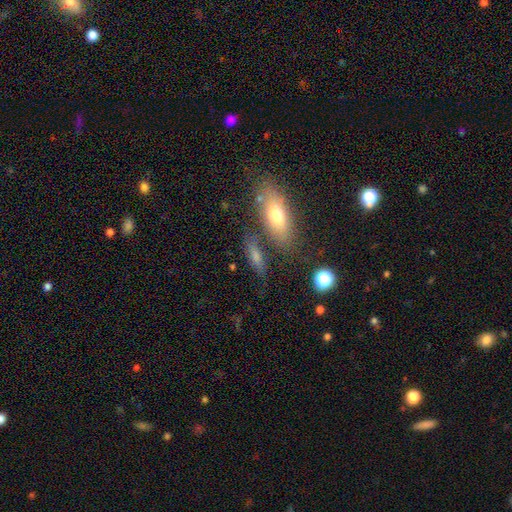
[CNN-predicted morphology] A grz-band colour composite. It shows a smooth galaxy with no disk features (68%) that is in between round and cigar-shaped (51%). Merging: none (67%).